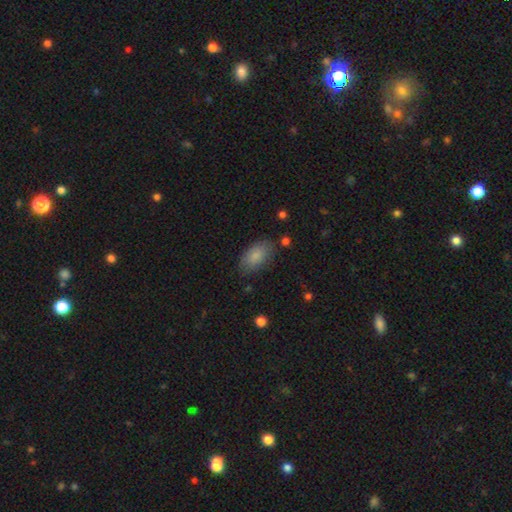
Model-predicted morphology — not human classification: A smooth galaxy with no disk features (85%) that is in between round and cigar-shaped (93%).

Vote fractions:
- Smooth or featured? smooth: 85% / featured or disk: 8% / star or artifact: 7%
- How rounded? in between: 93% / round: 5% / cigar-shaped: 2%
- Merging? none: 79% / minor disturbance: 15% / major disturbance: 4% / merger: 2%